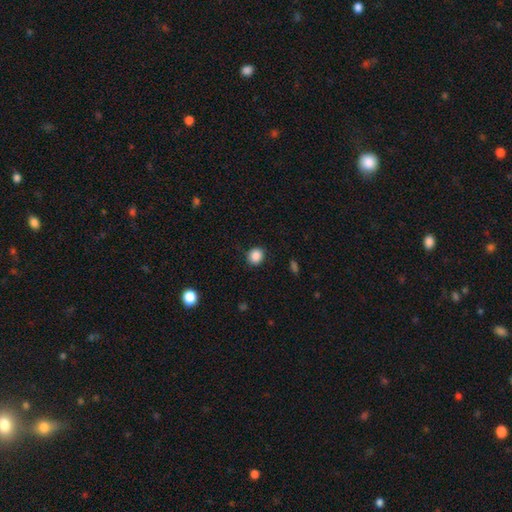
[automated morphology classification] Smooth or featured? smooth (87%)
How rounded? round (75%)
Merging? none (88%)